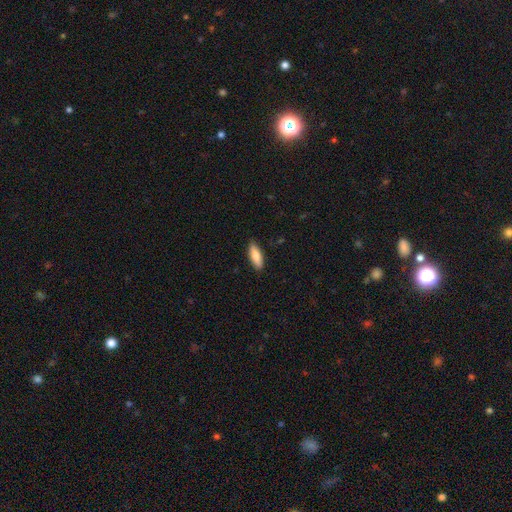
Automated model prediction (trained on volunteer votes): smooth 83%, featured or disk 11%, star or artifact 6%. Down the decision tree: how rounded — in between (68%); merging — none (87%).